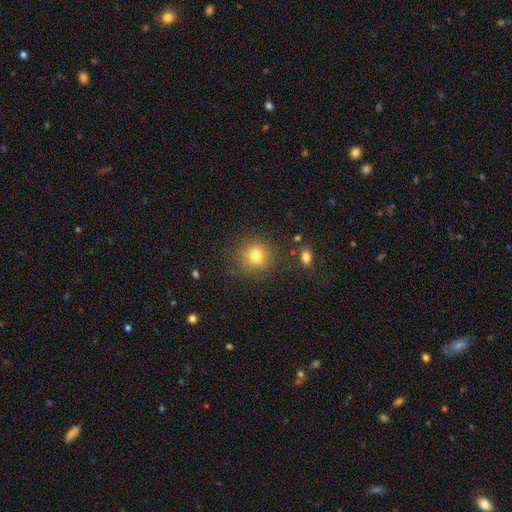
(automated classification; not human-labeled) Smooth or featured? Predicted: smooth (p=0.78). How rounded? Predicted: round (p=0.89). Merging? Predicted: none (p=0.85).